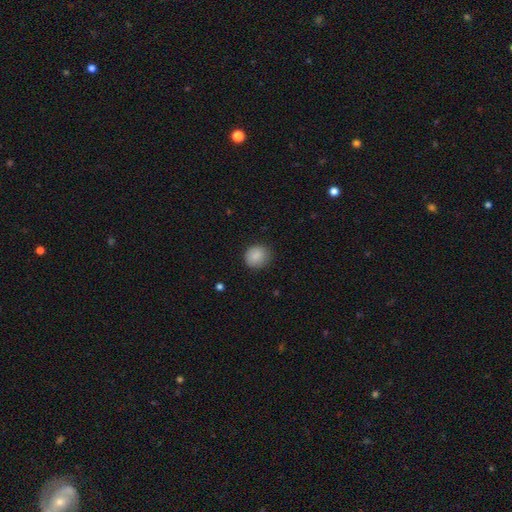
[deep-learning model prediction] A smooth galaxy with no disk features (87%) that is round (77%). Merging: none (83%).